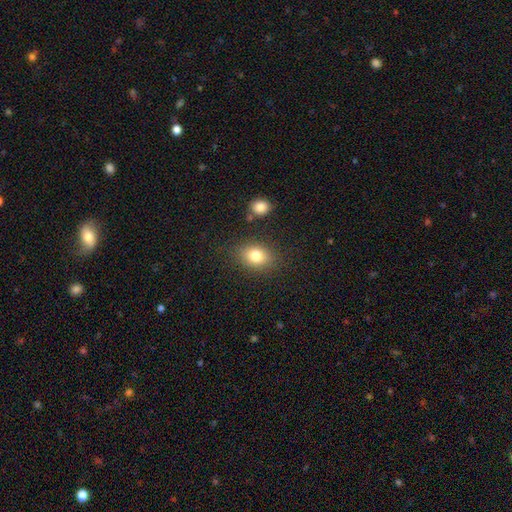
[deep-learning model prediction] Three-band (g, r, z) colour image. It shows a smooth galaxy with no disk features (79%) that is in between round and cigar-shaped (69%). Merging: none (82%).